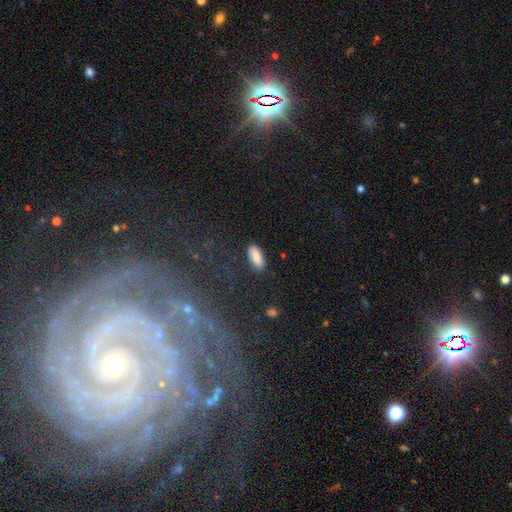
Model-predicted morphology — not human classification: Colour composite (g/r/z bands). It shows a smooth galaxy with no disk features (85%) that is in between round and cigar-shaped (81%). Merging: none (84%).